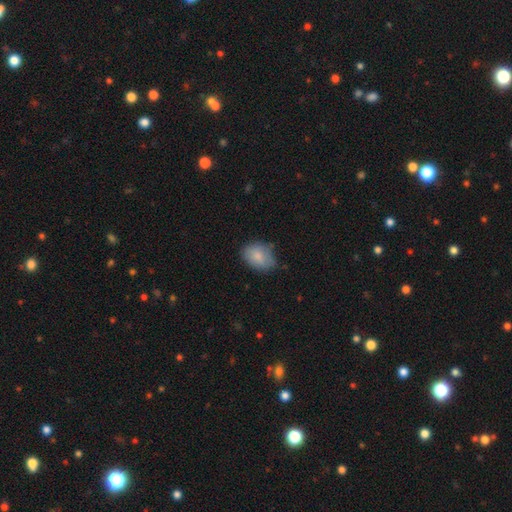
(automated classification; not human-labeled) Overall: smooth (81%). How rounded: in between (74%). Merging: none (63%; minor disturbance 30%).